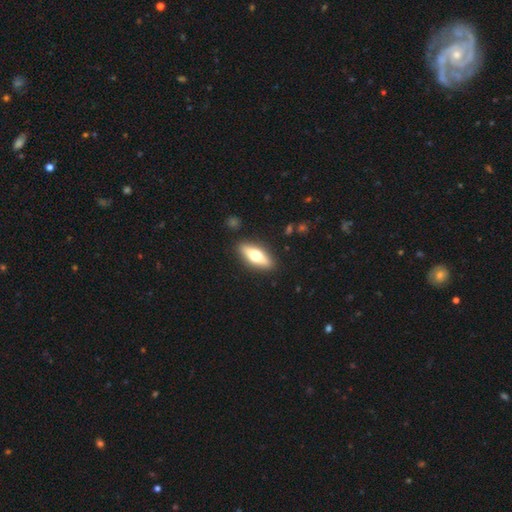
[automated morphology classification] Smooth or featured? Predicted: smooth (p=0.52). How rounded? Predicted: in between (p=0.61). Merging? Predicted: none (p=0.89).